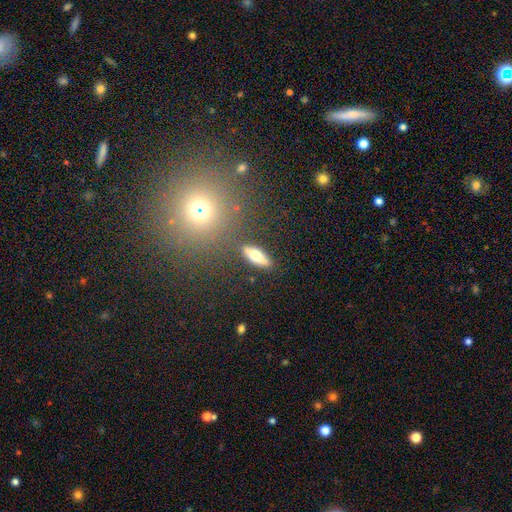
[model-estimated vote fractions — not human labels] Smooth or featured?
  - smooth: 64% *
  - featured or disk: 29%
  - star or artifact: 8%
How rounded?
  - in between: 63% *
  - cigar-shaped: 34%
  - round: 4%
Merging?
  - none: 84% *
  - minor disturbance: 10%
  - merger: 3%
  - major disturbance: 3%